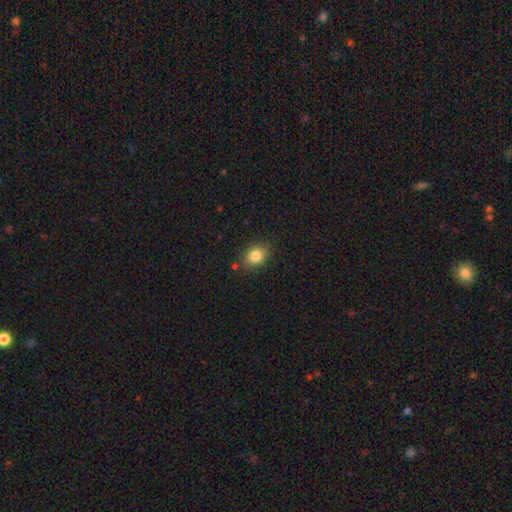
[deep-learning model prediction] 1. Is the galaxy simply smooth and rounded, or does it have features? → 83% smooth, 10% star or artifact, 7% featured or disk.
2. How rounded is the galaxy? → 54% in between, 45% round, 1% cigar-shaped.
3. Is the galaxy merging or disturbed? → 81% none, 13% minor disturbance, 3% merger, 3% major disturbance.